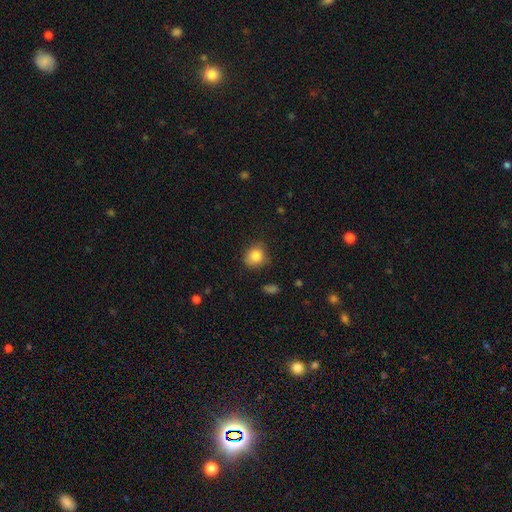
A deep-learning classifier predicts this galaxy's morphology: Q: Smooth or featured?
A: smooth (84%); runner-up: star or artifact (10%)
Q: How rounded?
A: round (76%); runner-up: in between (23%)
Q: Merging?
A: none (76%); runner-up: minor disturbance (19%)